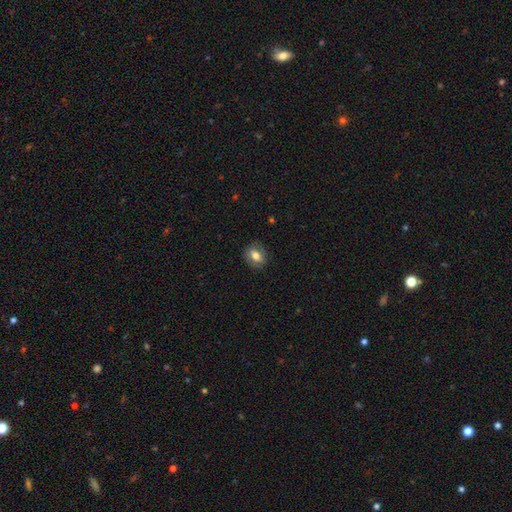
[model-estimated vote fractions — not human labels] Smooth or featured? Predicted: smooth (p=0.63). How rounded? Predicted: in between (p=0.61). Merging? Predicted: none (p=0.82).